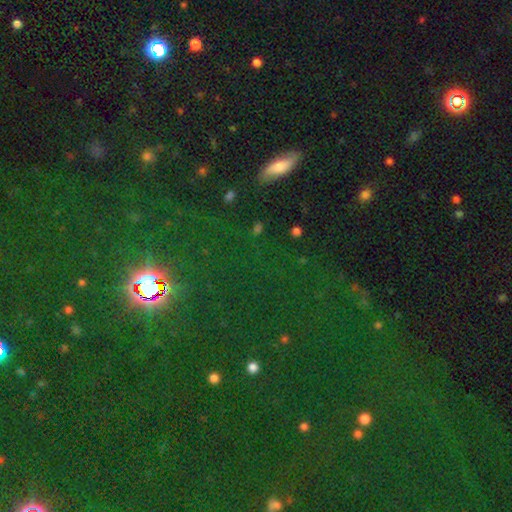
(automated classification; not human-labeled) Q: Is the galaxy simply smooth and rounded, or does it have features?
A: star or artifact — 52%.